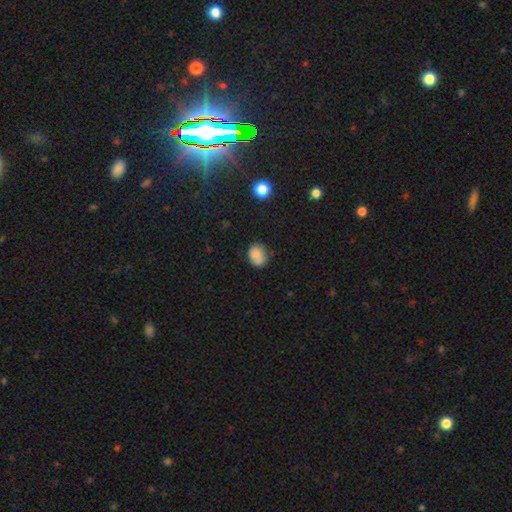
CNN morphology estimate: A smooth galaxy with no disk features (83%) that is round (55%). Merging: none (66%).